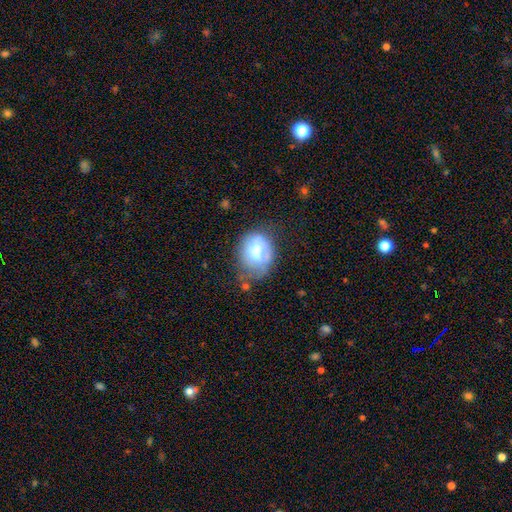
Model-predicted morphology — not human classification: Smooth or featured? smooth (60%)
How rounded? in between (54%)
Merging? none (40%)